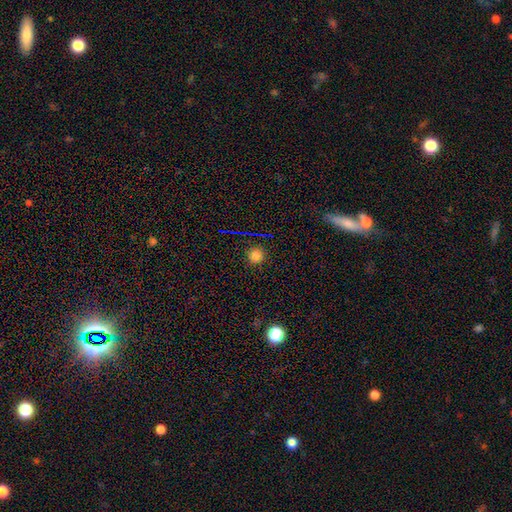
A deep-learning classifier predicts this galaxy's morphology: A smooth galaxy with no disk features (76%) that is round (95%).

Vote fractions:
- Smooth or featured? smooth: 76% / star or artifact: 18% / featured or disk: 6%
- How rounded? round: 95% / in between: 4% / cigar-shaped: 1%
- Merging? none: 90% / minor disturbance: 6% / major disturbance: 2% / merger: 1%